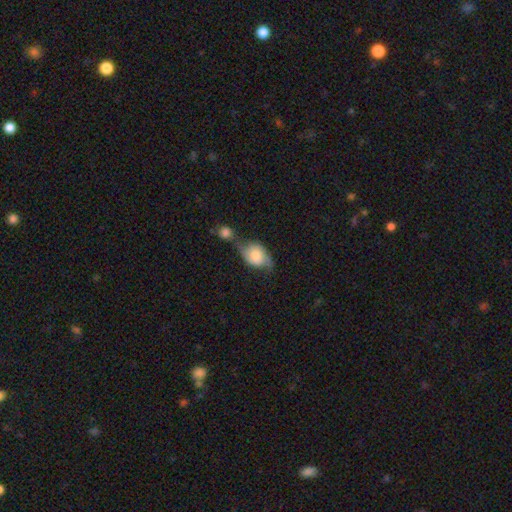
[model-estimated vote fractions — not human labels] The model was most divided on "merging": merger: 42%, none: 25%, minor disturbance: 19%, major disturbance: 13%. More confident: smooth or featured — smooth (62%); how rounded — in between (60%).